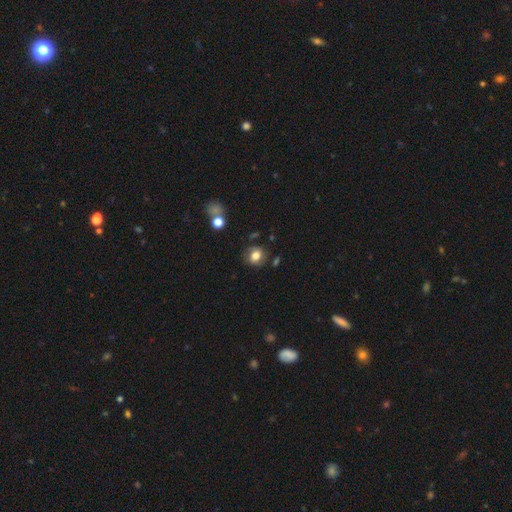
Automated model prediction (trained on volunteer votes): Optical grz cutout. It shows a smooth galaxy with no disk features (75%) that is round (66%). Merging: none (75%).